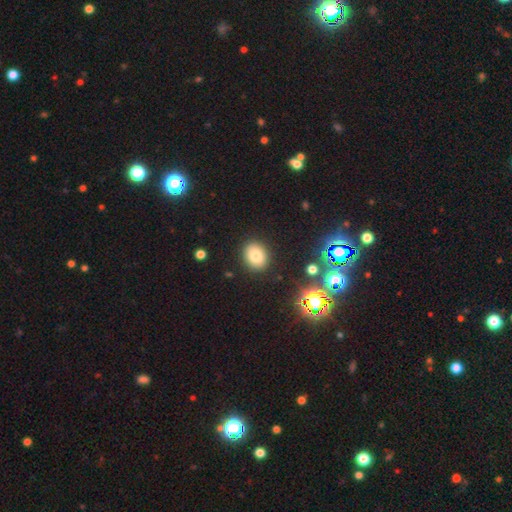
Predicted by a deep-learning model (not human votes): A smooth galaxy with no disk features (78%) that is round (58%).

Vote fractions:
- Smooth or featured? smooth: 78% / star or artifact: 13% / featured or disk: 9%
- How rounded? round: 58% / in between: 41% / cigar-shaped: 1%
- Merging? none: 89% / minor disturbance: 7% / major disturbance: 2% / merger: 2%